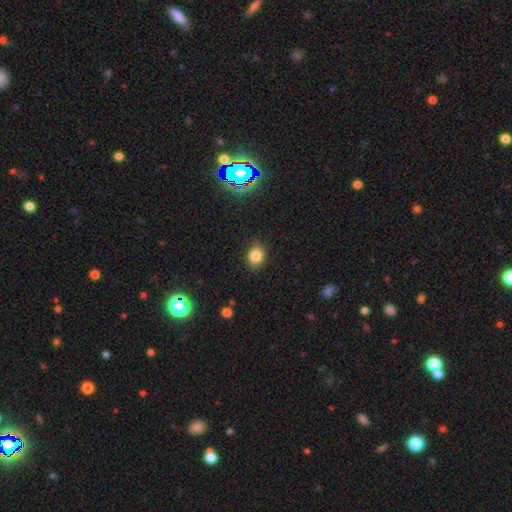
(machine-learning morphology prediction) A smooth galaxy with no disk features (80%) that is in between round and cigar-shaped (52%).

Vote fractions:
- Smooth or featured? smooth: 80% / star or artifact: 13% / featured or disk: 7%
- How rounded? in between: 52% / round: 47% / cigar-shaped: 1%
- Merging? none: 85% / minor disturbance: 12% / major disturbance: 3% / merger: 1%